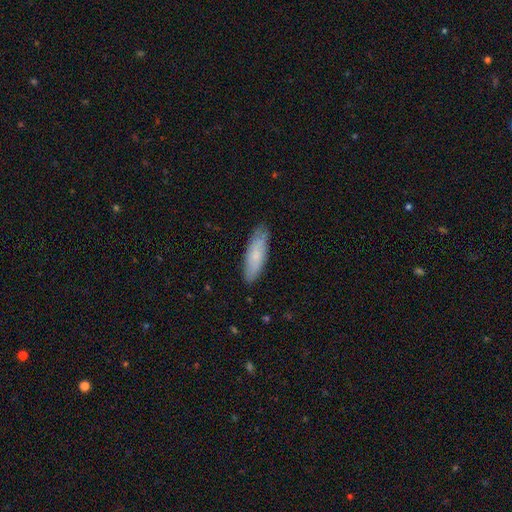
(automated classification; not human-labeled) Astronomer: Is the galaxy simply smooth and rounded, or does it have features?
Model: smooth — 71%.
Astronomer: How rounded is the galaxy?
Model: cigar-shaped — 50% (runner-up: in between, 48%).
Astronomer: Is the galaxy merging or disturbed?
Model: none — 82%.